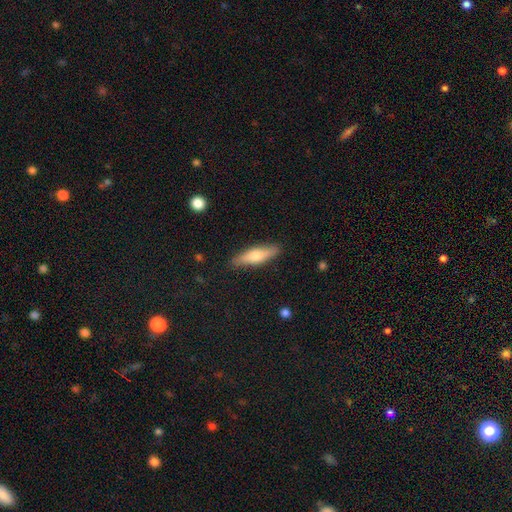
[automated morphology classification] This is possibly a smooth galaxy (56%). How rounded: likely cigar-shaped (65%). Merging: clearly none (87%).